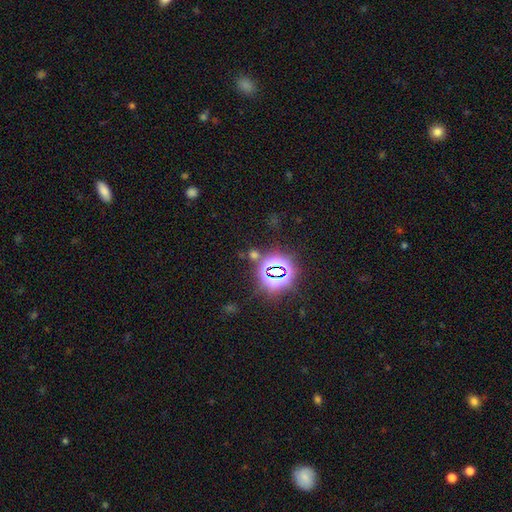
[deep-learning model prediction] Morphology: type=star or artifact (76%).